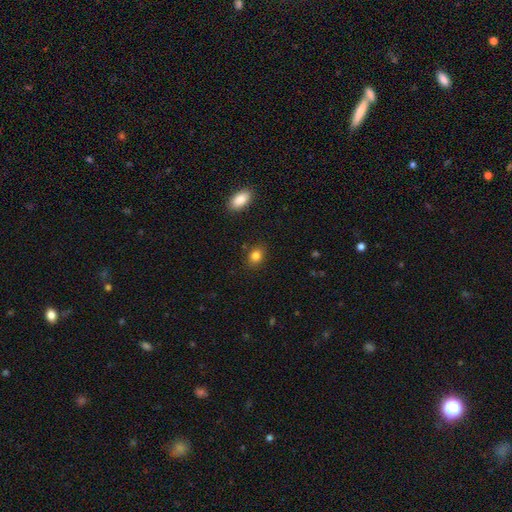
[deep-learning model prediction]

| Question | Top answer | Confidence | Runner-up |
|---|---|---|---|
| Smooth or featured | smooth | 84% | star or artifact (10%) |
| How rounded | in between | 56% | round (43%) |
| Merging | none | 86% | minor disturbance (10%) |